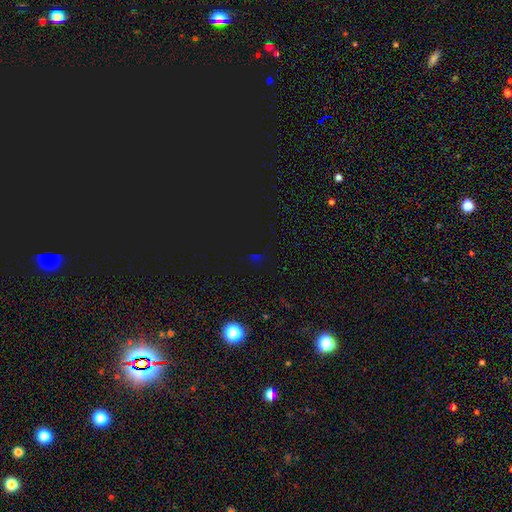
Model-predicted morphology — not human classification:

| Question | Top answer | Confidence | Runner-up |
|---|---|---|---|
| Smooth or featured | star or artifact | 73% | smooth (20%) |